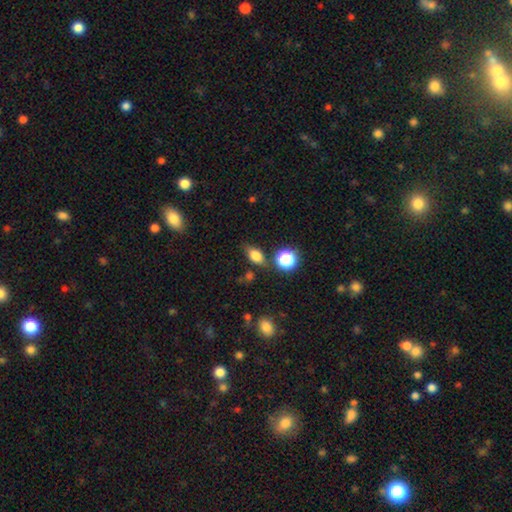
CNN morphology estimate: This appears to be a smooth galaxy with no disk features (75%) that is in between round and cigar-shaped (74%). Merging: none (70%).